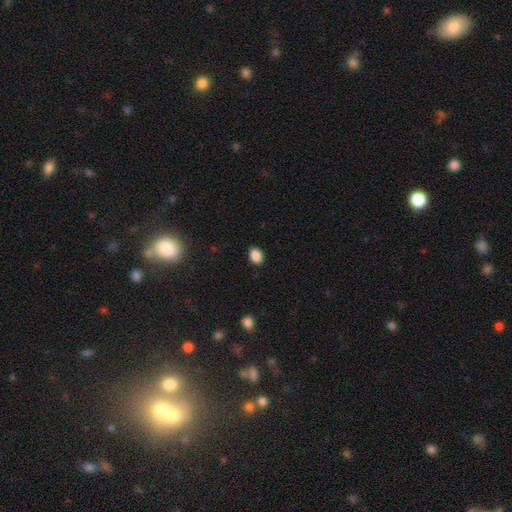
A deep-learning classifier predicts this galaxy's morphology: Q: Smooth or featured?
A: smooth (88%); runner-up: star or artifact (9%)
Q: How rounded?
A: in between (71%); runner-up: round (28%)
Q: Merging?
A: none (88%); runner-up: minor disturbance (8%)